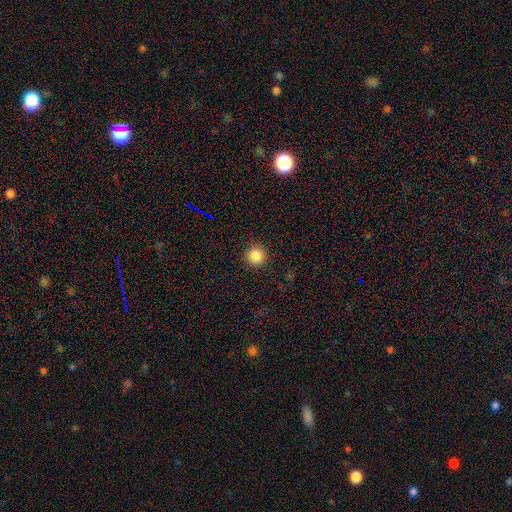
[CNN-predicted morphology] Q: Smooth or featured?
A: smooth (86%); runner-up: star or artifact (11%)
Q: How rounded?
A: round (95%); runner-up: in between (4%)
Q: Merging?
A: none (92%); runner-up: minor disturbance (5%)